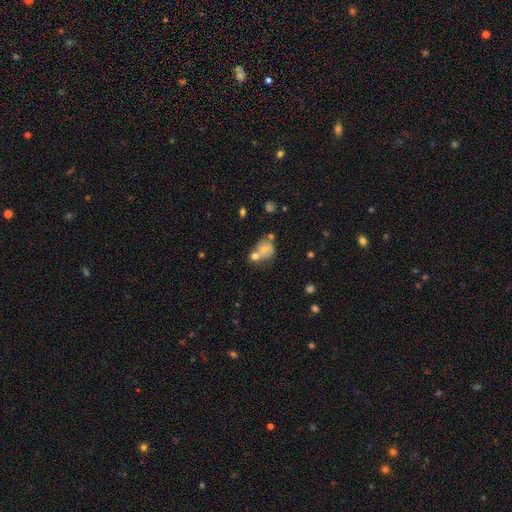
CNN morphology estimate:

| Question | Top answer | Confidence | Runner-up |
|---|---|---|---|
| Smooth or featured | smooth | 51% | featured or disk (35%) |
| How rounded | round | 57% | in between (42%) |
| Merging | none | 40% | merger (36%) |